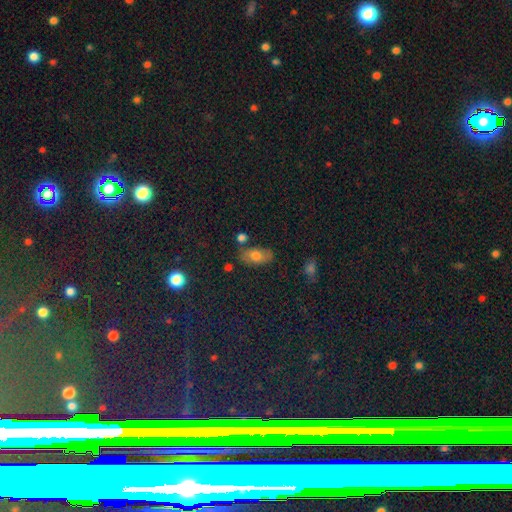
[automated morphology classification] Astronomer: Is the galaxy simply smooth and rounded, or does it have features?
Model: smooth — 69%.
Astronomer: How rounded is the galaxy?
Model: in between — 89%.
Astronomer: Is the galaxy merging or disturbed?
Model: none — 71%.